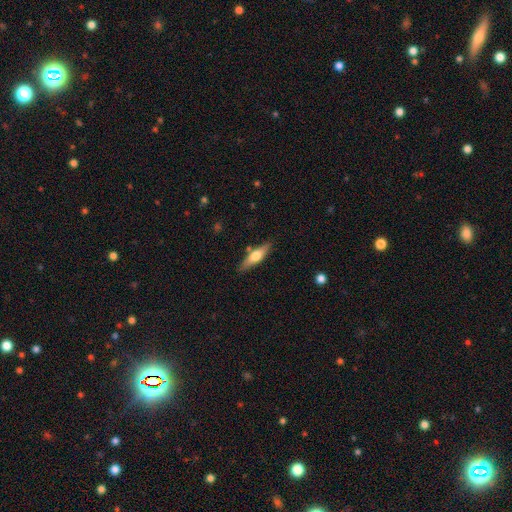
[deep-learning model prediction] A smooth galaxy with no disk features (52%) that is cigar-shaped (66%).

Vote fractions:
- Smooth or featured? smooth: 52% / featured or disk: 42% / star or artifact: 6%
- How rounded? cigar-shaped: 66% / in between: 31% / round: 2%
- Merging? none: 82% / minor disturbance: 11% / merger: 4% / major disturbance: 2%